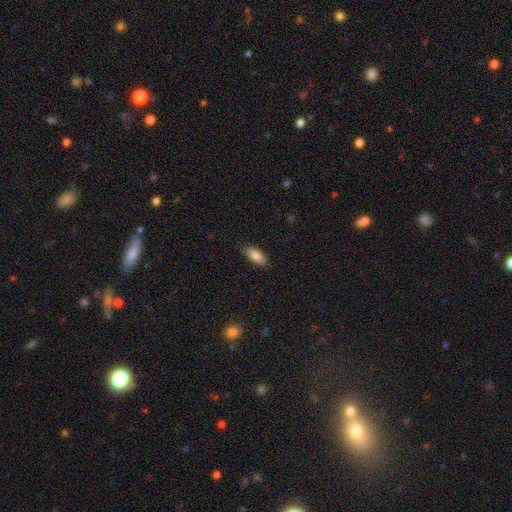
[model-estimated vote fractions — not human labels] smooth_or_featured: smooth (p=0.85) [alt: featured or disk p=0.09]
how_rounded: in between (p=0.79) [alt: cigar-shaped p=0.19]
merging: none (p=0.85) [alt: minor disturbance p=0.11]